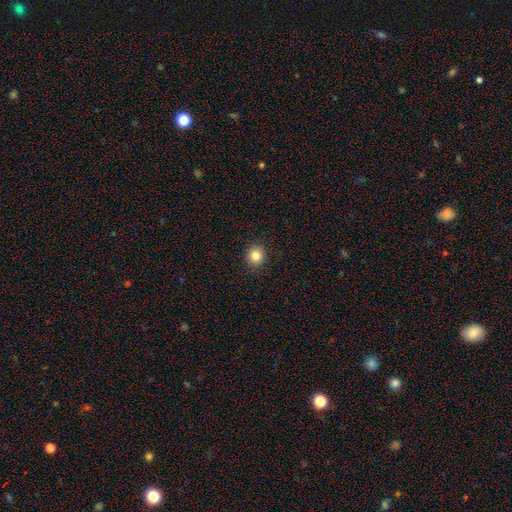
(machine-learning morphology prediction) Overall: smooth (83%). How rounded: round (86%). Merging: none (91%).